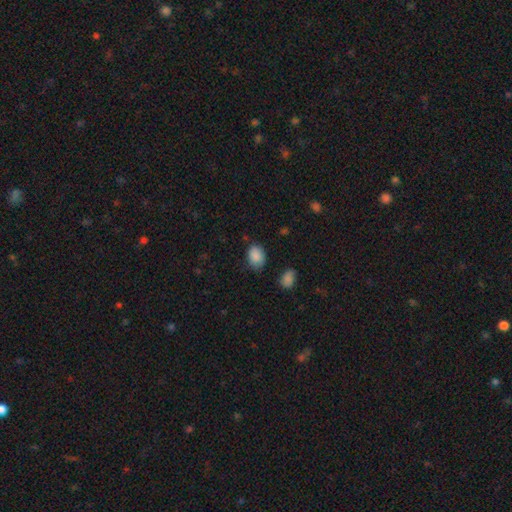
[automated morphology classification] Overall: smooth (88%). How rounded: in between (73%). Merging: none (72%).